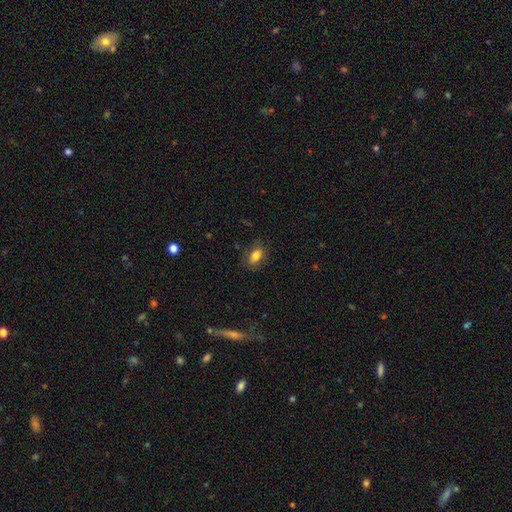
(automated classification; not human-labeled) This appears to be a smooth galaxy with no disk features (79%) that is in between round and cigar-shaped (87%). Merging: none (81%).